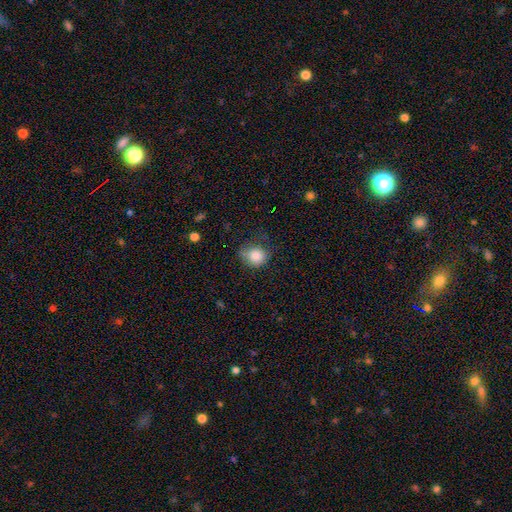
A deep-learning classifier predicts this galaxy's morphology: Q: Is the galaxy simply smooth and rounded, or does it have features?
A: smooth — 84%.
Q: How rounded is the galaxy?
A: round — 76%.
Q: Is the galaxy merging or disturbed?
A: none — 56%.